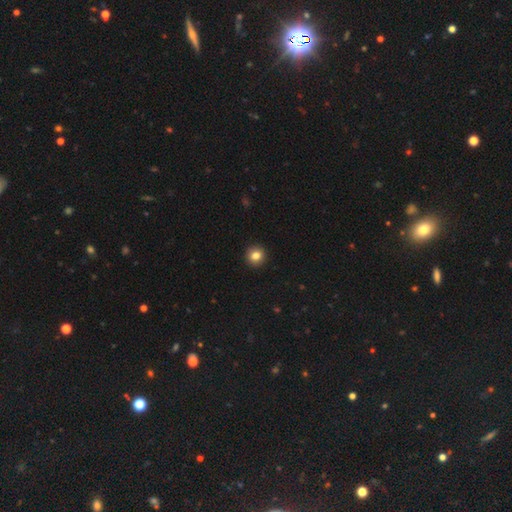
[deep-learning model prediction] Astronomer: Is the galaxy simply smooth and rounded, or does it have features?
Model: smooth — 84%.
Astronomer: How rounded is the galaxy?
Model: round — 93%.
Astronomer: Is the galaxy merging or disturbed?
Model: none — 93%.